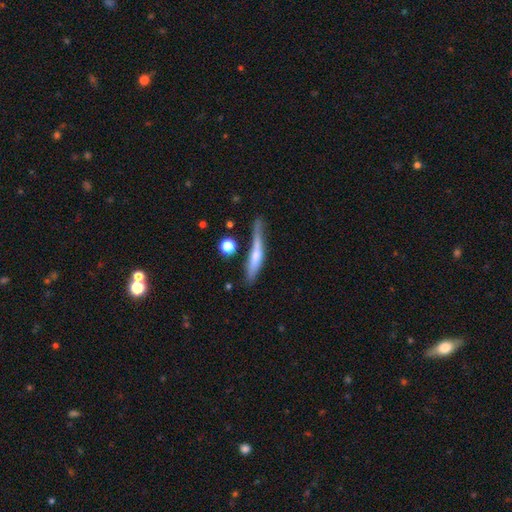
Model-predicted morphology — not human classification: A smooth galaxy with no disk features (49%). Merging: none (53%).